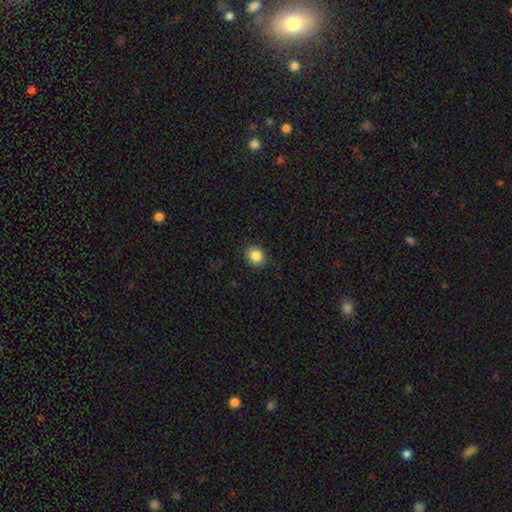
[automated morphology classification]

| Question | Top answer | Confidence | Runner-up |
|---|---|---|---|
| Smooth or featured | smooth | 86% | star or artifact (9%) |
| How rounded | round | 74% | in between (25%) |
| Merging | none | 90% | minor disturbance (7%) |